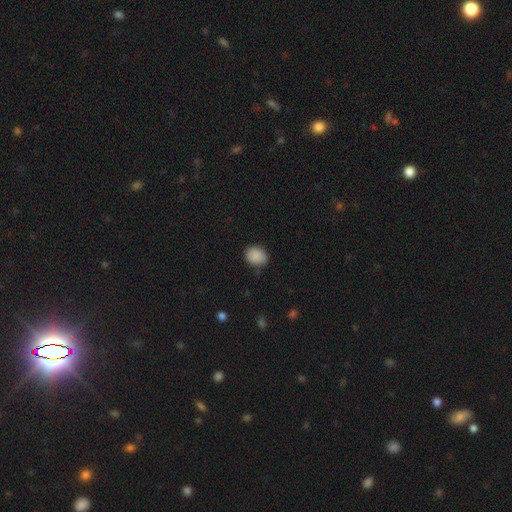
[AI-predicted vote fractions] This appears to be a smooth galaxy with no disk features (89%) that is in between round and cigar-shaped (51%). Merging: none (79%).